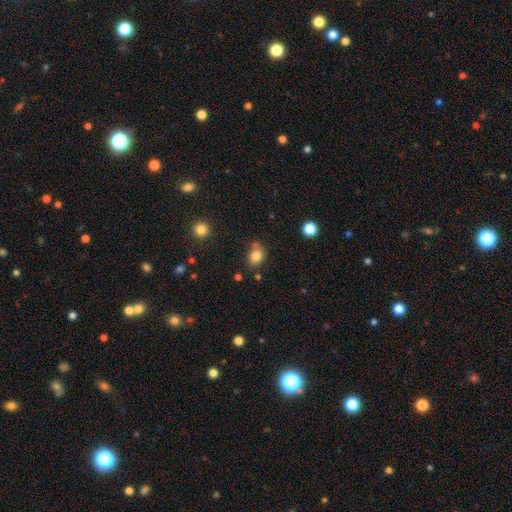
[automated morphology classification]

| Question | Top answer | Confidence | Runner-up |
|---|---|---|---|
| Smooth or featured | smooth | 82% | star or artifact (11%) |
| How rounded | in between | 50% | round (49%) |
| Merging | none | 66% | minor disturbance (18%) |